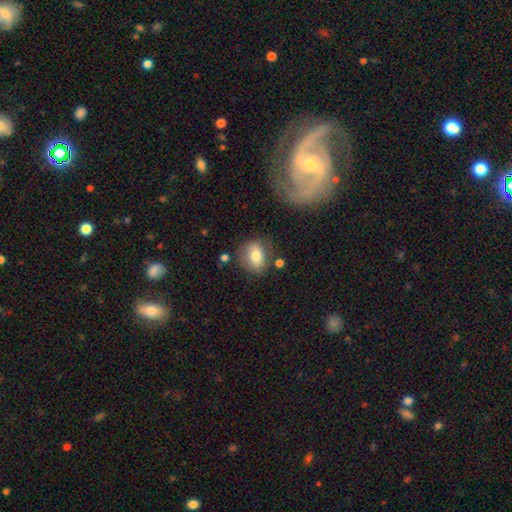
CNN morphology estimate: Smooth or featured? smooth (67%)
How rounded? round (50%)
Merging? none (73%)